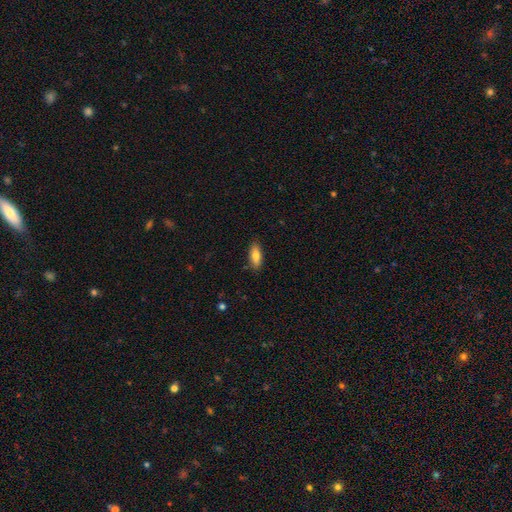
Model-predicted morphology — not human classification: smooth 79%, featured or disk 15%, star or artifact 7%. Down the decision tree: how rounded — in between (74%); merging — none (84%).